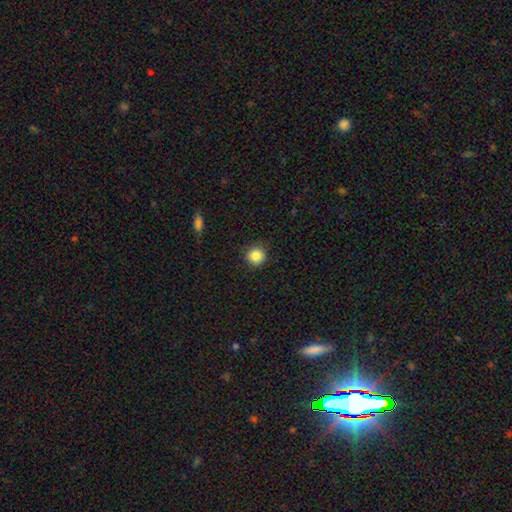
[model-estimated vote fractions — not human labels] Smooth or featured? Predicted: smooth (p=0.86). How rounded? Predicted: round (p=0.93). Merging? Predicted: none (p=0.88).